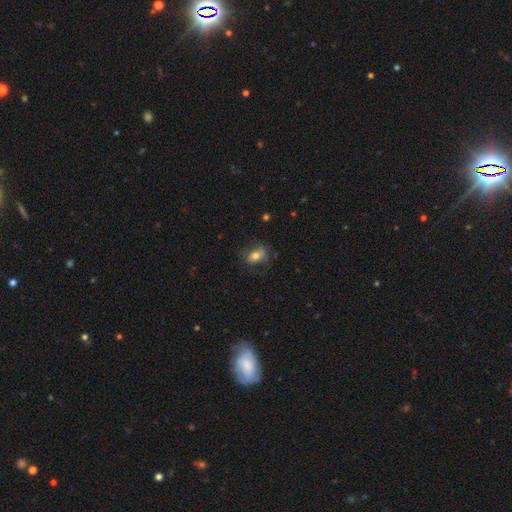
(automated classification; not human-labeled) smooth 67%, featured or disk 23%, star or artifact 10%. Down the decision tree: how rounded — in between (72%); merging — none (67%).